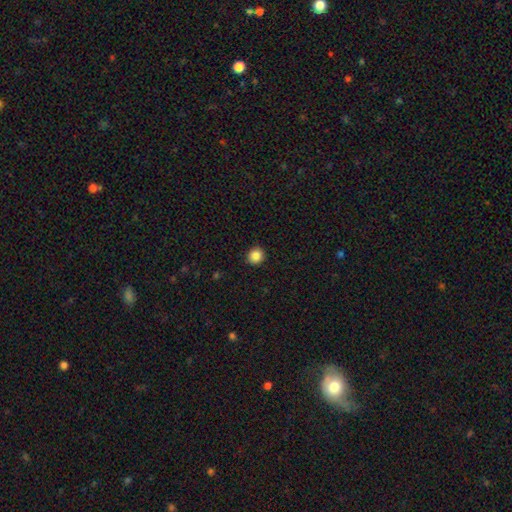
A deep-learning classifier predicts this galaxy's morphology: Smooth or featured?
  - smooth: 86% *
  - star or artifact: 10%
  - featured or disk: 4%
How rounded?
  - round: 89% *
  - in between: 10%
  - cigar-shaped: 1%
Merging?
  - none: 92% *
  - minor disturbance: 5%
  - major disturbance: 2%
  - merger: 1%